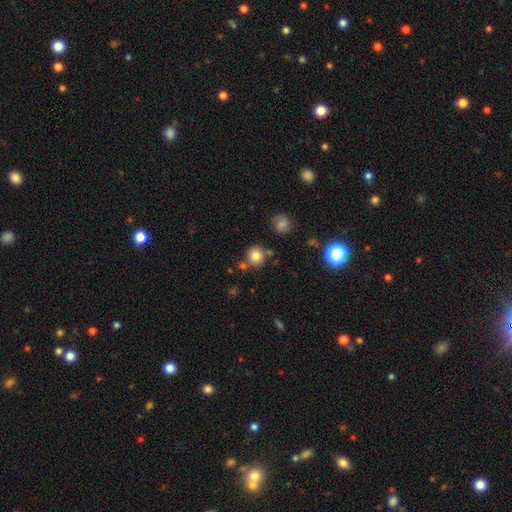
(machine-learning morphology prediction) Q: Smooth or featured?
A: smooth (80%); runner-up: star or artifact (12%)
Q: How rounded?
A: round (89%); runner-up: in between (10%)
Q: Merging?
A: none (73%); runner-up: merger (13%)